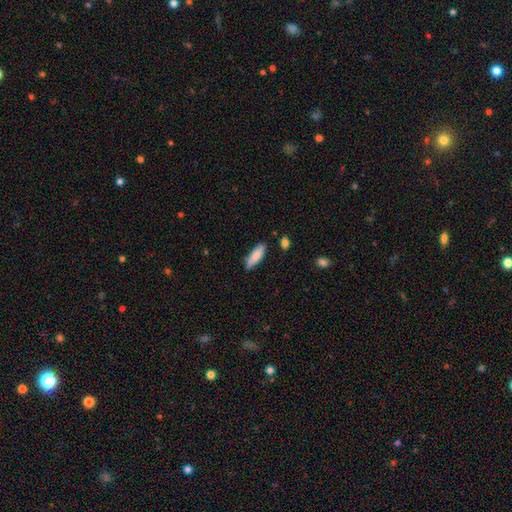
Volunteers were most divided on "merging": none: 59%, minor disturbance: 39%, major disturbance: 2%, merger: 0%. More confident: smooth or featured — smooth (96%); how rounded — cigar-shaped (76%).